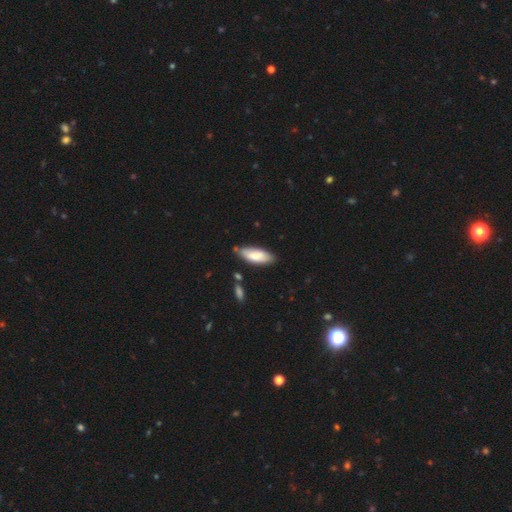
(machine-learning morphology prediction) Smooth or featured: smooth — 77% (featured or disk — 17%)
How rounded: in between — 70% (cigar-shaped — 29%)
Merging: none — 76% (minor disturbance — 17%)